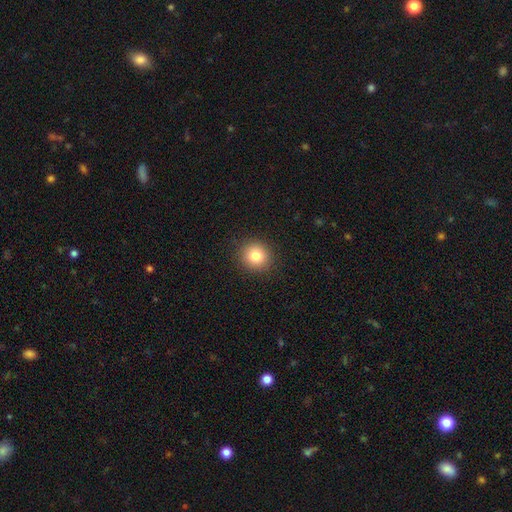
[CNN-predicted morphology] Smooth or featured? smooth (81%)
How rounded? round (91%)
Merging? none (91%)